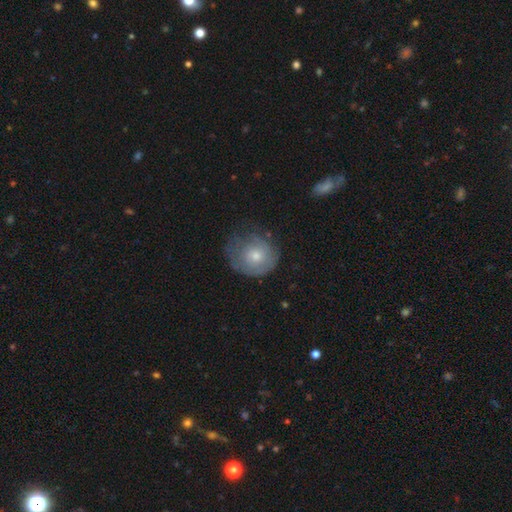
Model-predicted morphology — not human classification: Smooth or featured?
  - smooth: 56% *
  - featured or disk: 35%
  - star or artifact: 9%
How rounded?
  - round: 79% *
  - in between: 20%
  - cigar-shaped: 1%
Merging?
  - none: 56% *
  - minor disturbance: 28%
  - major disturbance: 15%
  - merger: 1%